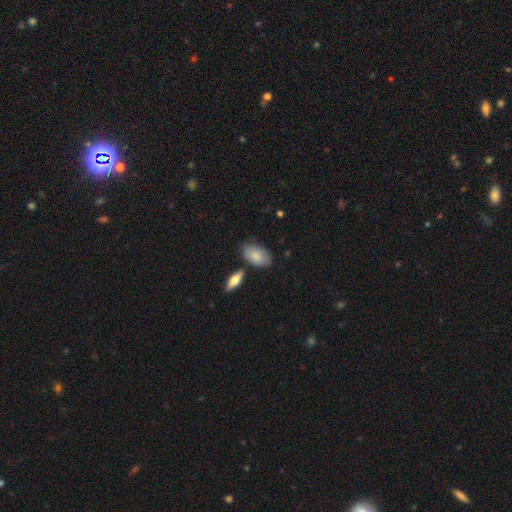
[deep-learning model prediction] This appears to be a smooth galaxy with no disk features (77%) that is in between round and cigar-shaped (92%). Merging: none (71%).